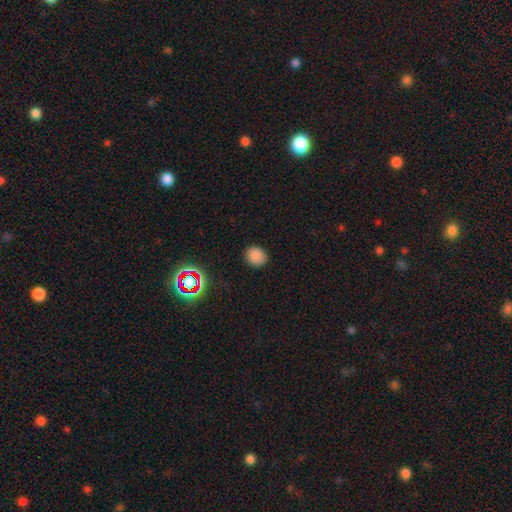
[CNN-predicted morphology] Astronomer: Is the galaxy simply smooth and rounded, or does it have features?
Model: smooth — 82%.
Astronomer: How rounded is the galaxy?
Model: round — 79%.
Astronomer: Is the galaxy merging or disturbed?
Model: none — 89%.